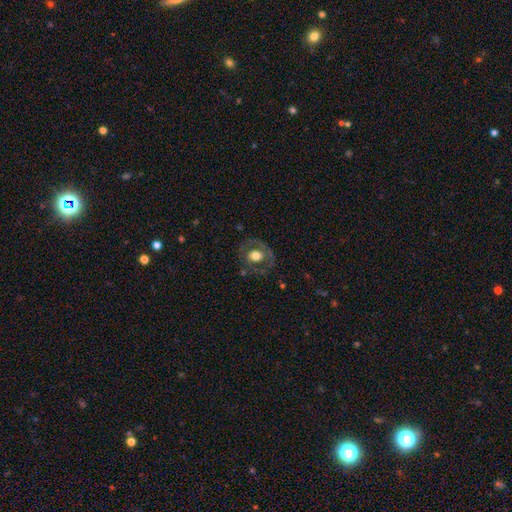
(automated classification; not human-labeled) Overall: featured or disk (48%; smooth 45%). Merging: none (69%).